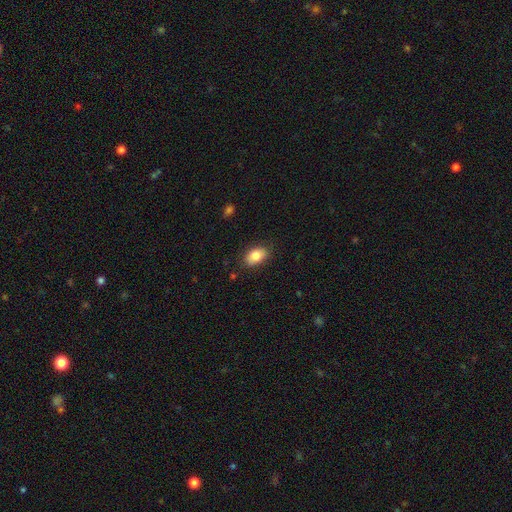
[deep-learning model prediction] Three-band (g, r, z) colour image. It shows a smooth galaxy with no disk features (83%) that is in between round and cigar-shaped (89%). Merging: none (83%).